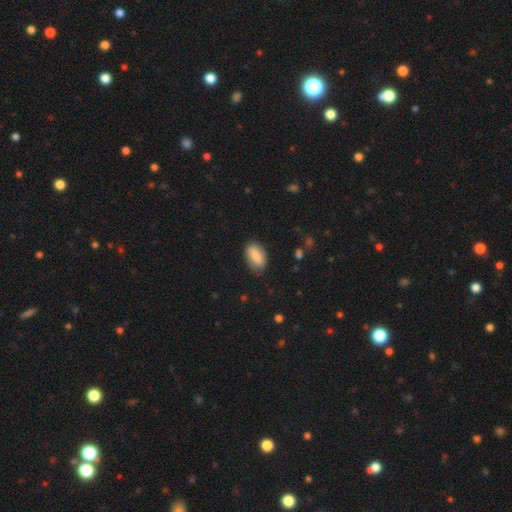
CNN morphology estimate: Smooth or featured?
  - smooth: 81% *
  - featured or disk: 12%
  - star or artifact: 6%
How rounded?
  - in between: 91% *
  - round: 5%
  - cigar-shaped: 4%
Merging?
  - none: 75% *
  - minor disturbance: 19%
  - major disturbance: 4%
  - merger: 1%